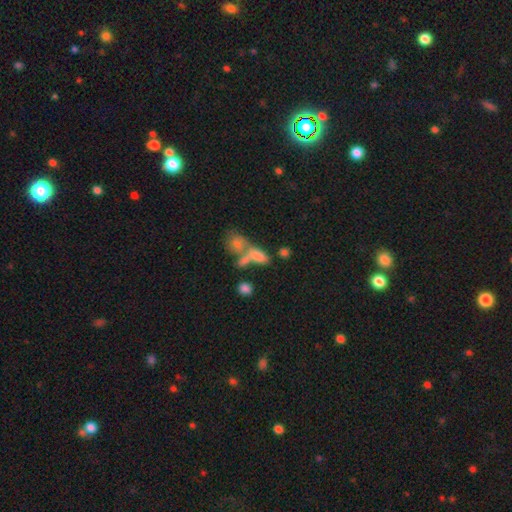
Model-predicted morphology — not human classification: smooth-or-featured: smooth: 70% | featured or disk: 17% | star or artifact: 13%
  how-rounded: in between: 69% | cigar-shaped: 20% | round: 11%
  merging: merger: 46% | none: 35% | minor disturbance: 11% | major disturbance: 8%